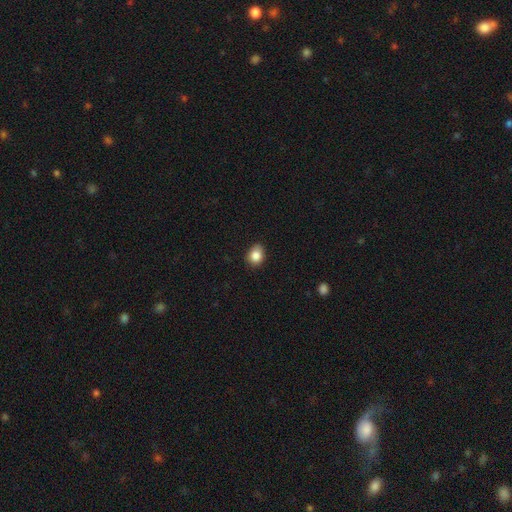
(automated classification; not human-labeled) Q: Smooth or featured?
A: smooth (86%); runner-up: star or artifact (9%)
Q: How rounded?
A: in between (51%); runner-up: round (48%)
Q: Merging?
A: none (81%); runner-up: minor disturbance (15%)